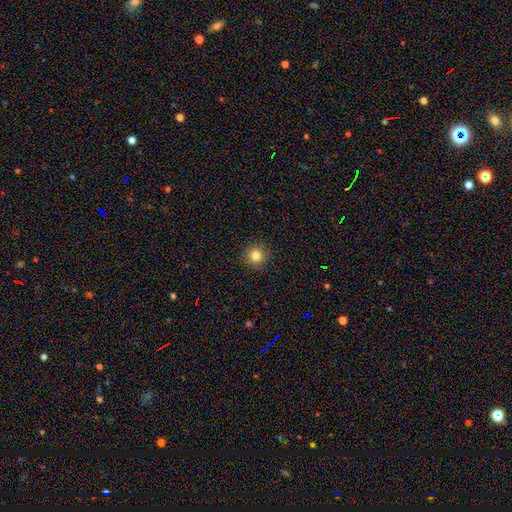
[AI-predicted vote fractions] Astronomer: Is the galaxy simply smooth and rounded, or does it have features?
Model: smooth — 83%.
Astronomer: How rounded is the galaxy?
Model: round — 95%.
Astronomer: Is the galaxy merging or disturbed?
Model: none — 92%.